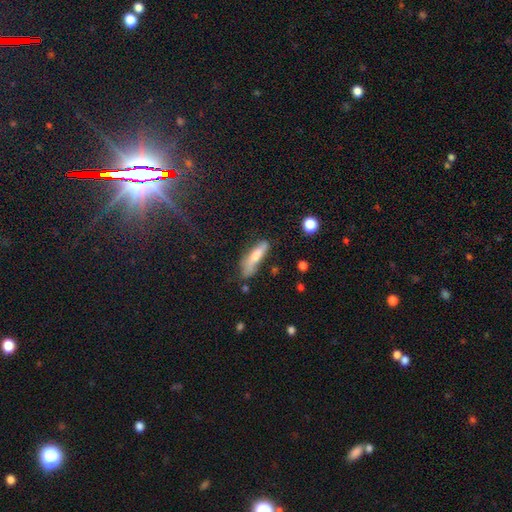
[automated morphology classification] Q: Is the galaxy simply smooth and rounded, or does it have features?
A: smooth — 73%.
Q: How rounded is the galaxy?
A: cigar-shaped — 68%.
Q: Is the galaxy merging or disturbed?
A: none — 49%.